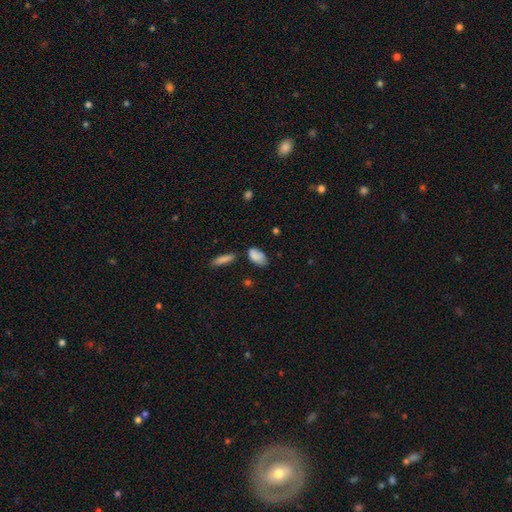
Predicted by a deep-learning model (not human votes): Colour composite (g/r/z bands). It shows a smooth galaxy with no disk features (85%) that is in between round and cigar-shaped (91%). Merging: none (65%).